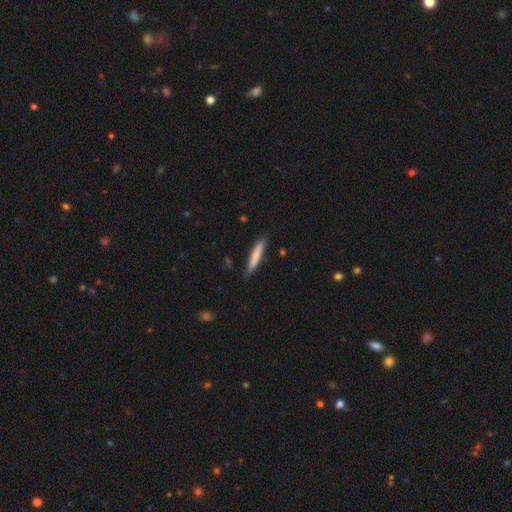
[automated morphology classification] smooth_or_featured: smooth (p=0.71) [alt: featured or disk p=0.24]
how_rounded: cigar-shaped (p=0.93) [alt: in between p=0.06]
merging: none (p=0.84) [alt: minor disturbance p=0.12]